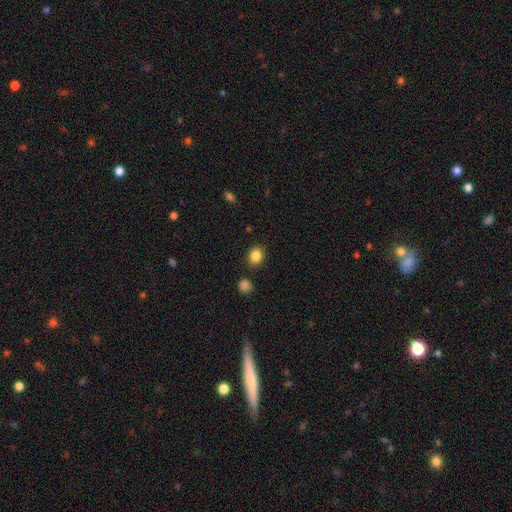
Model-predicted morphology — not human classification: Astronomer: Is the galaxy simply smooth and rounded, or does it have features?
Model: smooth — 86%.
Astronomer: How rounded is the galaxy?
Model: round — 64%.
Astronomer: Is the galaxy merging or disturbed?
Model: none — 86%.